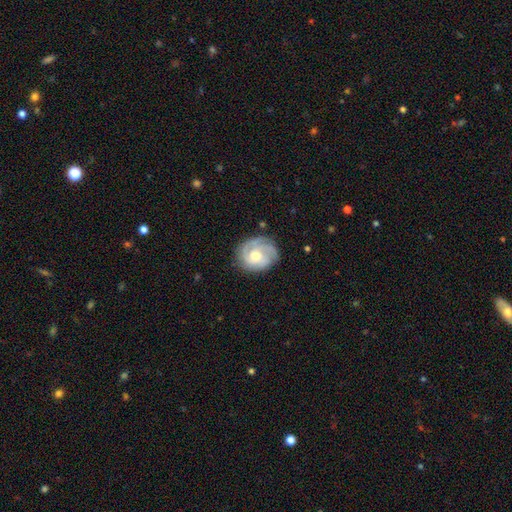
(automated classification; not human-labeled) Smooth or featured?
  - featured or disk: 77% *
  - smooth: 18%
  - star or artifact: 6%
Edge-on disk?
  - no: 98% *
  - yes: 2%
Bar?
  - no: 70% *
  - weak: 26%
  - strong: 4%
Spiral arms?
  - yes: 94% *
  - no: 6%
Spiral winding?
  - tight: 60% *
  - medium: 32%
  - loose: 8%
Spiral arm count?
  - 3: 41% *
  - can't tell: 23%
  - 2: 17%
  - 4: 10%
  - 1: 5%
  - more than 4: 4%
Bulge size?
  - moderate: 62% *
  - small: 32%
  - large: 4%
  - none: 1%
  - dominant: 1%
Merging?
  - none: 75% *
  - minor disturbance: 18%
  - major disturbance: 6%
  - merger: 1%